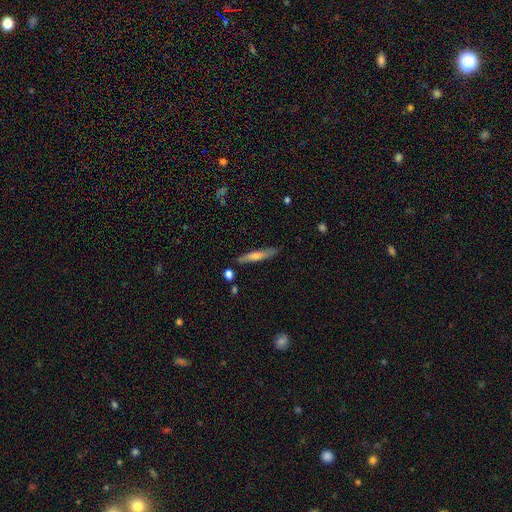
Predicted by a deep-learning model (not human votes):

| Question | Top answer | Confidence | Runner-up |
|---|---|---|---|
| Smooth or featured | smooth | 52% | featured or disk (41%) |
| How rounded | cigar-shaped | 90% | in between (9%) |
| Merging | none | 84% | minor disturbance (11%) |